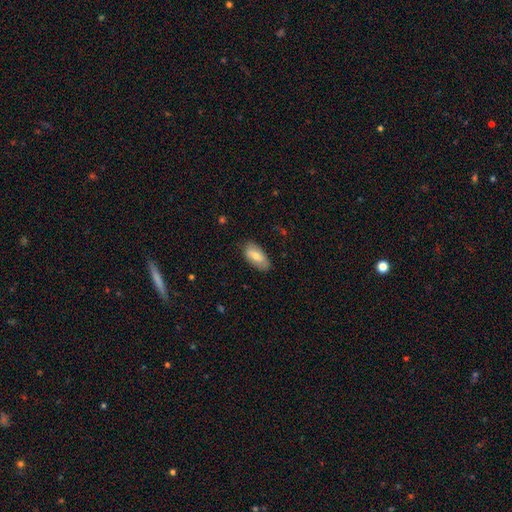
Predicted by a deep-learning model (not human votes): smooth_or_featured: smooth (p=0.69) [alt: featured or disk p=0.24]
how_rounded: in between (p=0.92) [alt: cigar-shaped p=0.05]
merging: none (p=0.79) [alt: minor disturbance p=0.17]